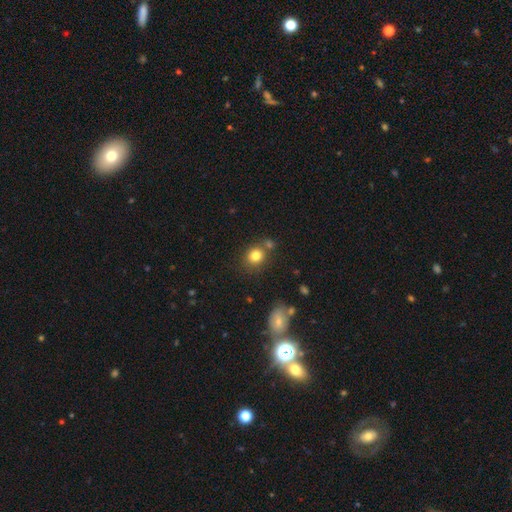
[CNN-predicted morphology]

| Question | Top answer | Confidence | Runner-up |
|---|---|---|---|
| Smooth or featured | smooth | 80% | star or artifact (12%) |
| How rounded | round | 77% | in between (23%) |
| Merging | none | 68% | merger (15%) |